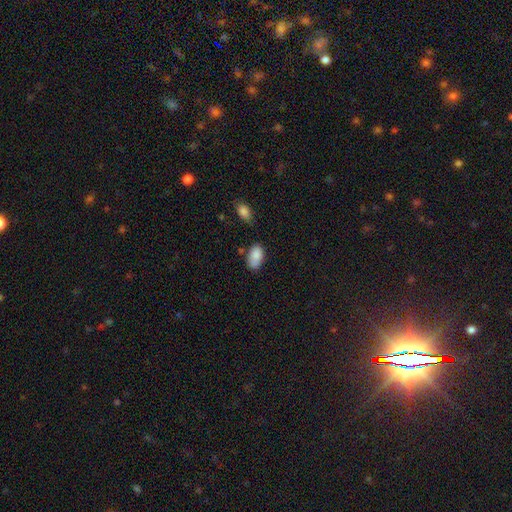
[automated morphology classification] smooth-or-featured: smooth: 86% | star or artifact: 8% | featured or disk: 7%
  how-rounded: in between: 92% | round: 6% | cigar-shaped: 2%
  merging: none: 61% | minor disturbance: 27% | merger: 7% | major disturbance: 6%